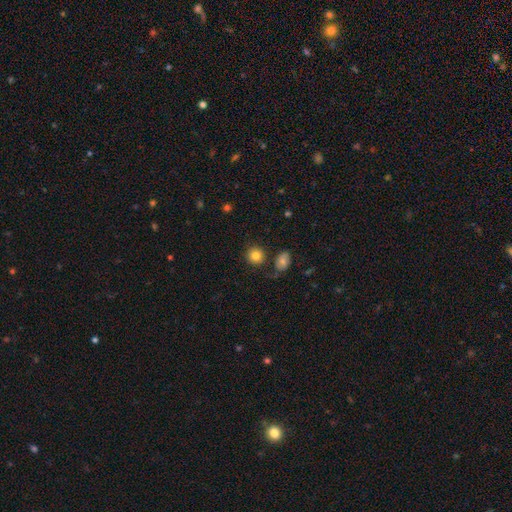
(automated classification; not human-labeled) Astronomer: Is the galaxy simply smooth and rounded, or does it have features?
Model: smooth — 82%.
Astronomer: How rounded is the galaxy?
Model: round — 90%.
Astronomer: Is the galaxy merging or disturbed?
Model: none — 79%.